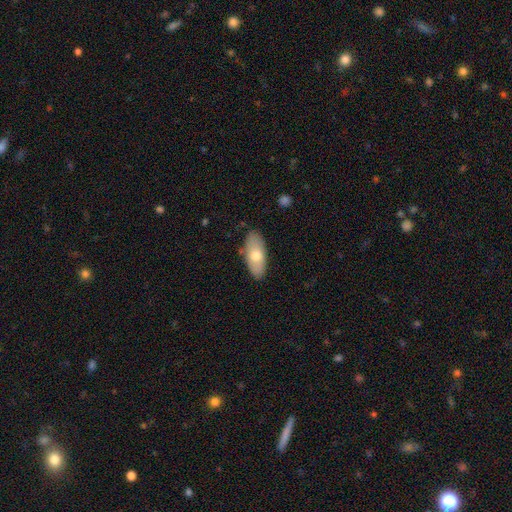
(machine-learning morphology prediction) Smooth or featured? Predicted: smooth (p=0.69). How rounded? Predicted: in between (p=0.87). Merging? Predicted: none (p=0.85).